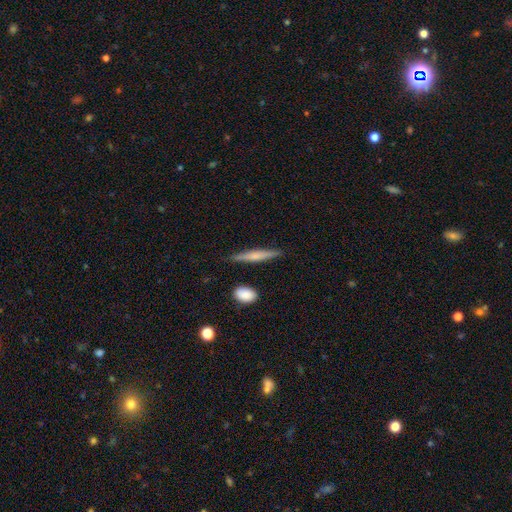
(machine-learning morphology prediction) smooth 53%, featured or disk 41%, star or artifact 6%. Down the decision tree: how rounded — cigar-shaped (91%); merging — none (85%).